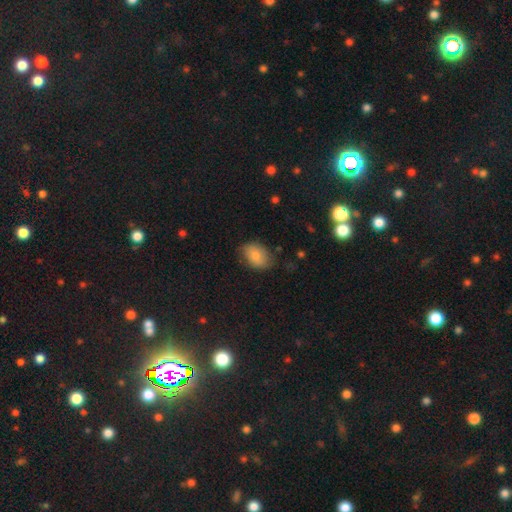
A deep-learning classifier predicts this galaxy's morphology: Smooth or featured: smooth — 78% (featured or disk — 14%)
How rounded: in between — 79% (round — 19%)
Merging: none — 71% (minor disturbance — 23%)